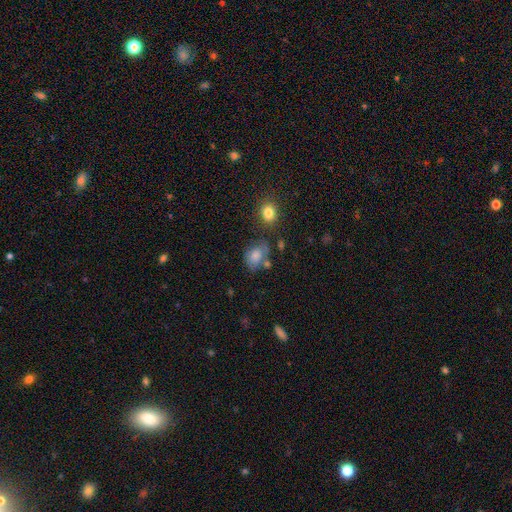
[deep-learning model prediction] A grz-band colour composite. It shows a smooth galaxy with no disk features (77%) that is in between round and cigar-shaped (77%). Merging: none (51%).